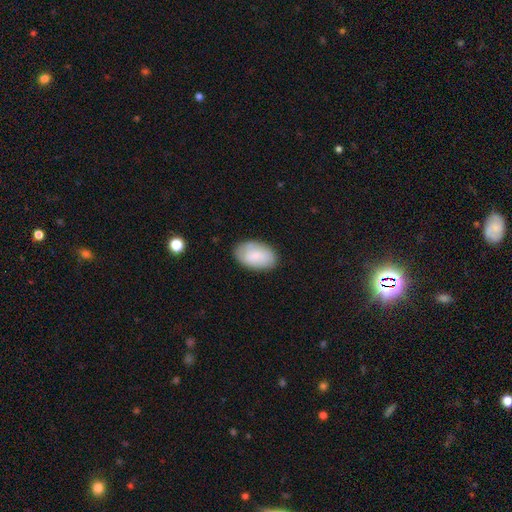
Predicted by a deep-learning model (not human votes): This is likely a smooth galaxy (77%). How rounded: clearly in between (92%). Merging: clearly none (82%).